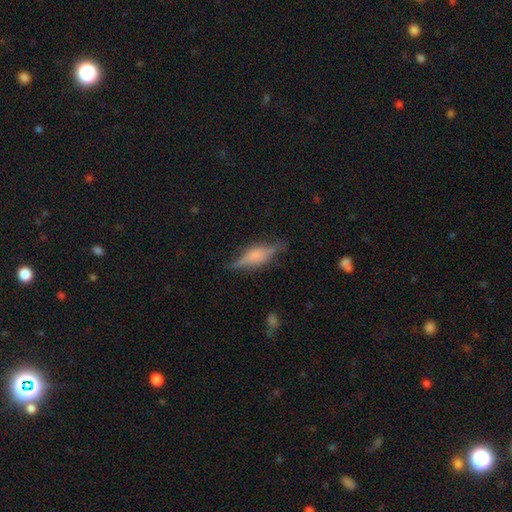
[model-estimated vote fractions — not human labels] Q: Smooth or featured?
A: featured or disk (61%); runner-up: smooth (30%)
Q: Edge-on disk?
A: yes (94%); runner-up: no (6%)
Q: Edge-on bulge?
A: rounded (65%); runner-up: boxy (29%)
Q: Merging?
A: none (75%); runner-up: minor disturbance (18%)